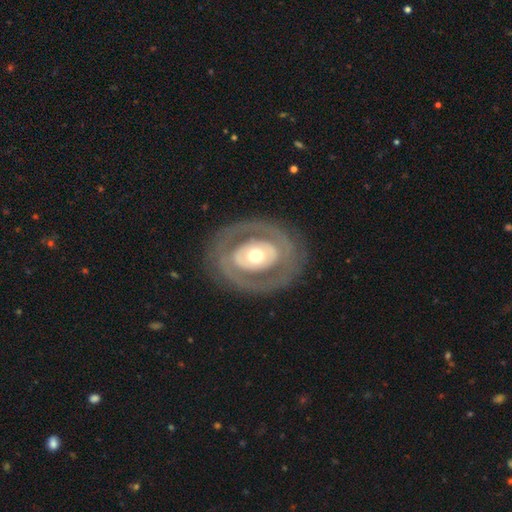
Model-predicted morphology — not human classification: smooth-or-featured: featured or disk: 67% | smooth: 28% | star or artifact: 5%
  disk-edge-on: no: 94% | yes: 6%
    bar: no: 81% | weak: 12% | strong: 7%
    has-spiral-arms: no: 76% | yes: 24%
    bulge-size: moderate: 64% | large: 24% | small: 8% | dominant: 2% | none: 1%
  merging: none: 81% | minor disturbance: 11% | major disturbance: 7% | merger: 1%